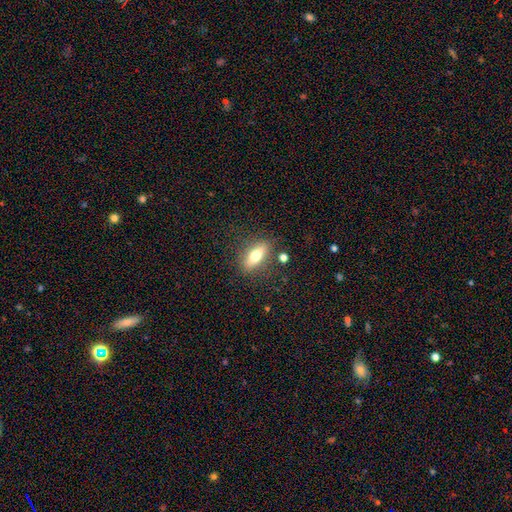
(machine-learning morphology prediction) Smooth or featured: smooth — 63% (featured or disk — 29%)
How rounded: in between — 65% (cigar-shaped — 31%)
Merging: none — 82% (minor disturbance — 11%)